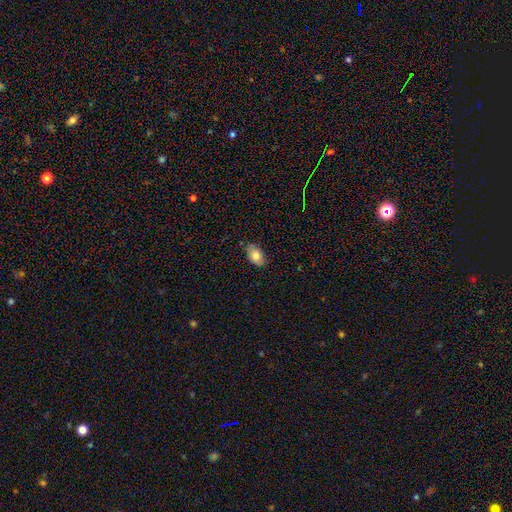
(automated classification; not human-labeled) Smooth or featured? Predicted: smooth (p=0.78). How rounded? Predicted: in between (p=0.90). Merging? Predicted: none (p=0.76).